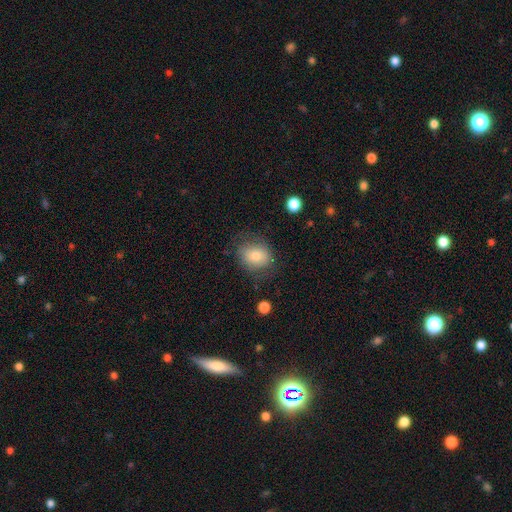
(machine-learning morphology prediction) A smooth galaxy with no disk features (75%) that is in between round and cigar-shaped (50%).

Vote fractions:
- Smooth or featured? smooth: 75% / featured or disk: 16% / star or artifact: 9%
- How rounded? in between: 50% / round: 49% / cigar-shaped: 1%
- Merging? none: 73% / minor disturbance: 18% / major disturbance: 8% / merger: 1%